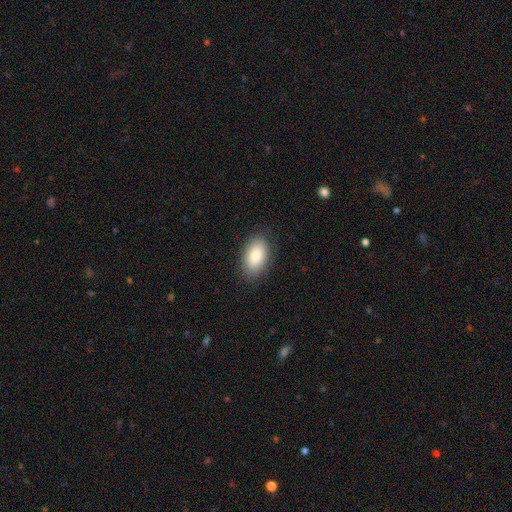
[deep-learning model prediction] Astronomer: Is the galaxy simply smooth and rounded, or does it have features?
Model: smooth — 86%.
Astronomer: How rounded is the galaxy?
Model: in between — 94%.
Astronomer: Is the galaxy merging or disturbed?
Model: none — 85%.